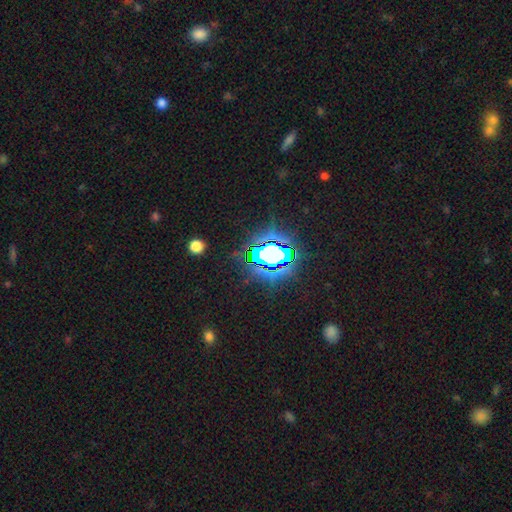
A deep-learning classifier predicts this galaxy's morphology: The model was most divided on "smooth or featured": star or artifact: 70%, smooth: 18%, featured or disk: 12%.